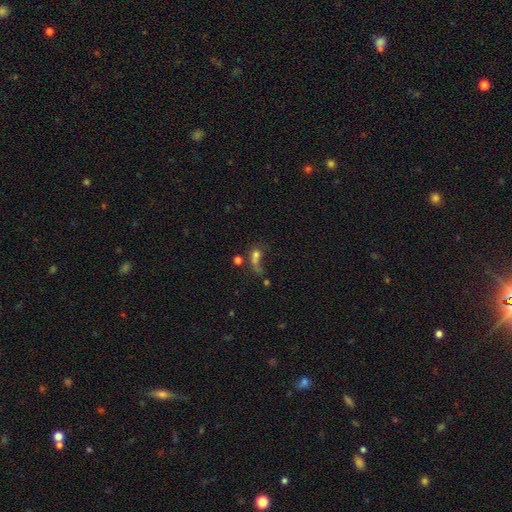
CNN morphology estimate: This appears to be a smooth galaxy with no disk features (56%) that is round (56%). Merging: merger (36%).